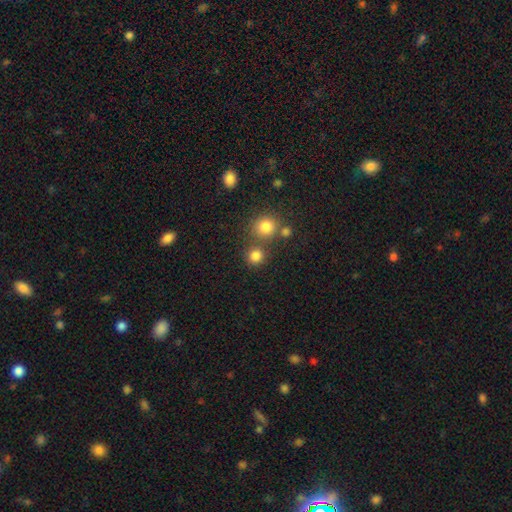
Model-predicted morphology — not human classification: This is clearly a smooth galaxy (81%). How rounded: clearly round (86%). Merging: likely none (68%).